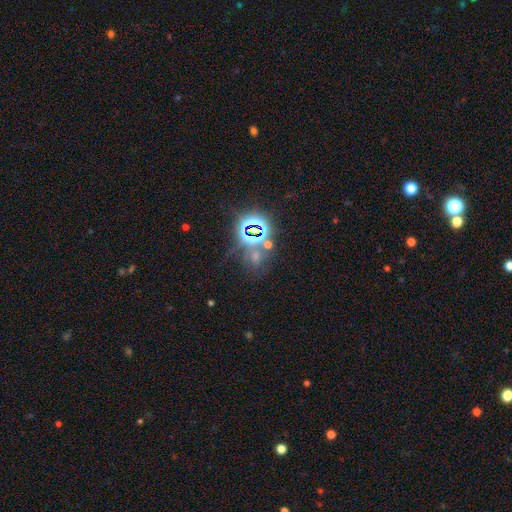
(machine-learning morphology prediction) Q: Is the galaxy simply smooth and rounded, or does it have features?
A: star or artifact — 72%.